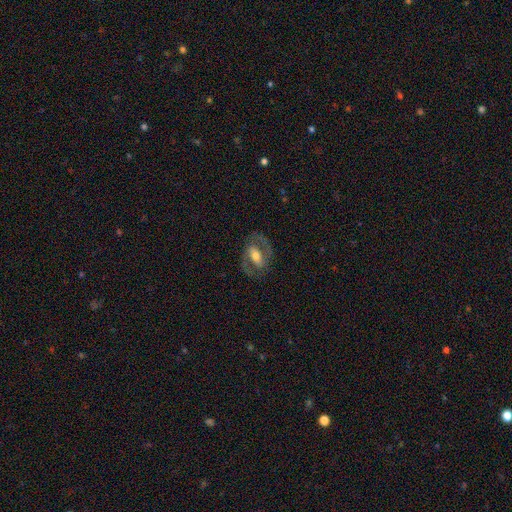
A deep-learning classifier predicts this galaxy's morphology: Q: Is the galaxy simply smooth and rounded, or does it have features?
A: featured or disk — 74%.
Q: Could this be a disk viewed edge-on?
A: no — 95%.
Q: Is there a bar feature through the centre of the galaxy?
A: strong — 41%.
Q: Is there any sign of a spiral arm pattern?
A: yes — 83%.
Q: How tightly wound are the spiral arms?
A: medium — 55%.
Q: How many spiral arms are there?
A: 2 — 88%.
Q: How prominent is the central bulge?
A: moderate — 63%.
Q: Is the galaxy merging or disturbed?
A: none — 77%.